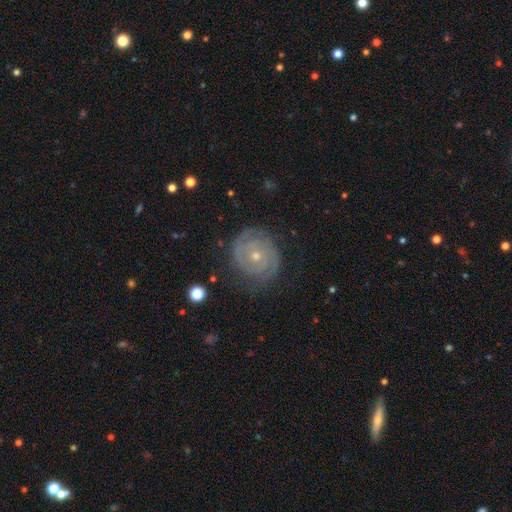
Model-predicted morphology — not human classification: This is clearly a featured or disk galaxy (86%). It is clearly not viewed edge-on (98%). Bar: likely no (79%). Spiral arm pattern: clearly yes (96%). Spiral arm count: likely 2 (63%). Spiral winding: clearly tight (80%). Central bulge: likely small (65%). Merging: clearly none (81%).